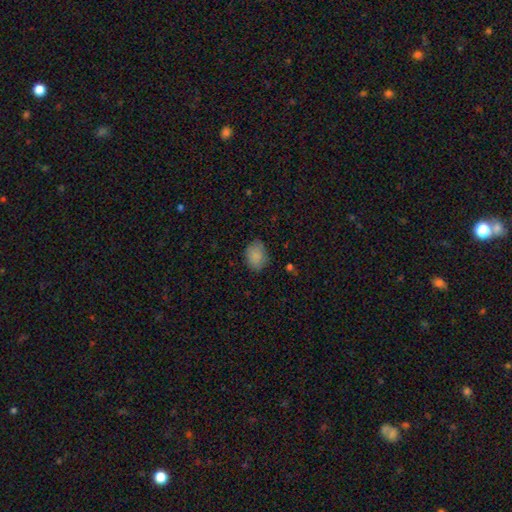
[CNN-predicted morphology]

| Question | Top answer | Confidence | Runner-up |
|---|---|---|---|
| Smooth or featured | smooth | 86% | star or artifact (8%) |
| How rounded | in between | 72% | round (27%) |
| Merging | none | 76% | minor disturbance (19%) |